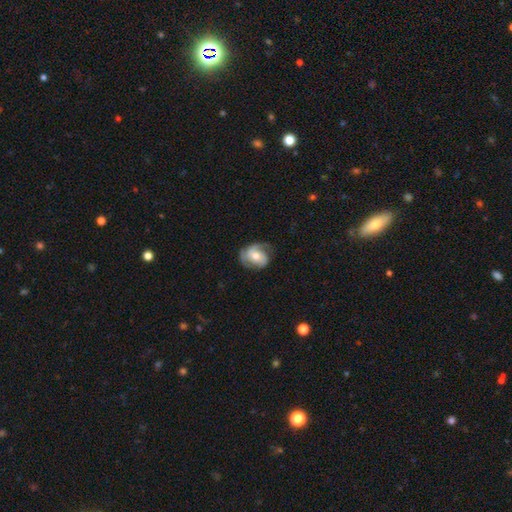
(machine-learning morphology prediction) Overall: featured or disk (71%). Edge-on disk: no (97%). Bar: no (66%; weak 26%). Spiral arms: yes (90%). Spiral arm count: 2 (50%; 3 16%). Spiral winding: tight (42%; medium 40%). Bulge size: moderate (66%). Merging: none (60%; minor disturbance 24%).